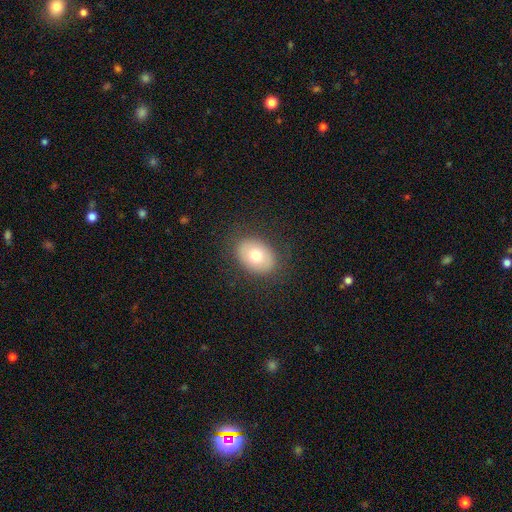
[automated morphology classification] Q: Smooth or featured?
A: smooth (71%); runner-up: featured or disk (20%)
Q: How rounded?
A: in between (68%); runner-up: round (31%)
Q: Merging?
A: none (85%); runner-up: minor disturbance (10%)